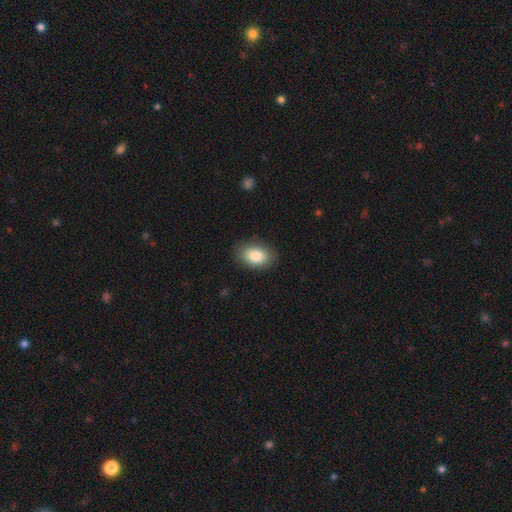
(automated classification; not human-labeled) Smooth or featured?
  - smooth: 85% *
  - featured or disk: 8%
  - star or artifact: 7%
How rounded?
  - in between: 85% *
  - round: 13%
  - cigar-shaped: 1%
Merging?
  - none: 86% *
  - minor disturbance: 10%
  - major disturbance: 3%
  - merger: 1%